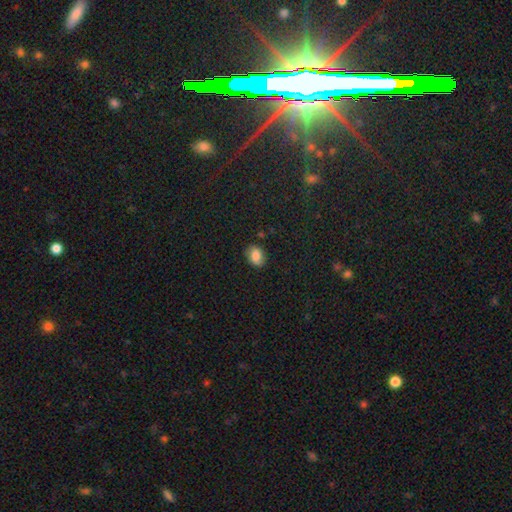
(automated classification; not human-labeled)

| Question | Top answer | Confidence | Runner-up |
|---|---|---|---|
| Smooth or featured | smooth | 81% | featured or disk (10%) |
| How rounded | in between | 69% | round (30%) |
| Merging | none | 83% | minor disturbance (13%) |